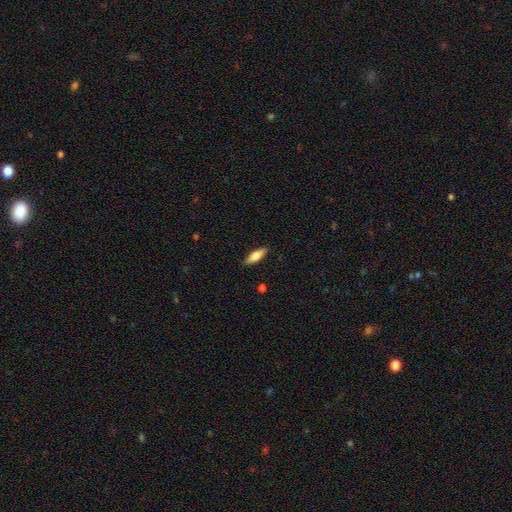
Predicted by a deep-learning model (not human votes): Overall: smooth (74%). How rounded: in between (54%; cigar-shaped 44%). Merging: none (88%).